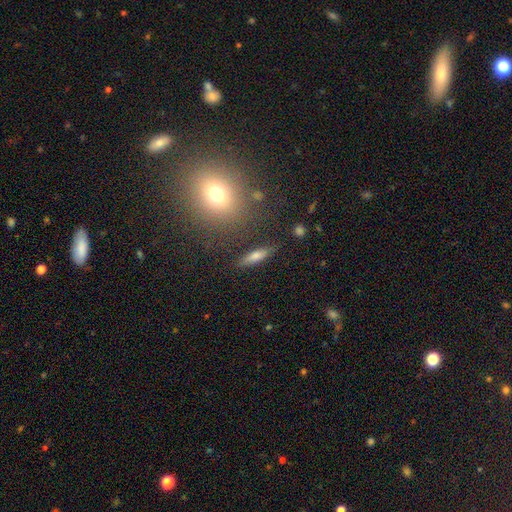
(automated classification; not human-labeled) smooth_or_featured: smooth (p=0.49) [alt: featured or disk p=0.36]
merging: none (p=0.87) [alt: minor disturbance p=0.08]